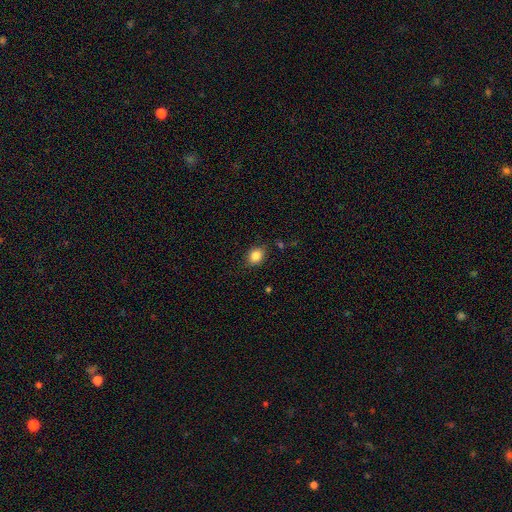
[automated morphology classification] Smooth or featured: smooth — 85% (star or artifact — 10%)
How rounded: round — 54% (in between — 45%)
Merging: none — 83% (minor disturbance — 12%)